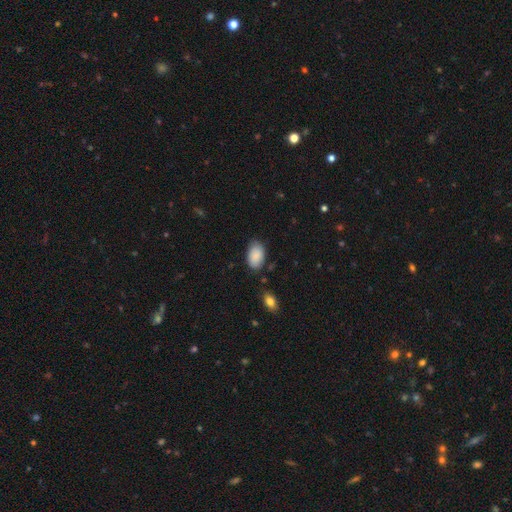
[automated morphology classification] Smooth or featured: smooth — 89% (star or artifact — 6%)
How rounded: in between — 93% (round — 6%)
Merging: none — 76% (minor disturbance — 18%)